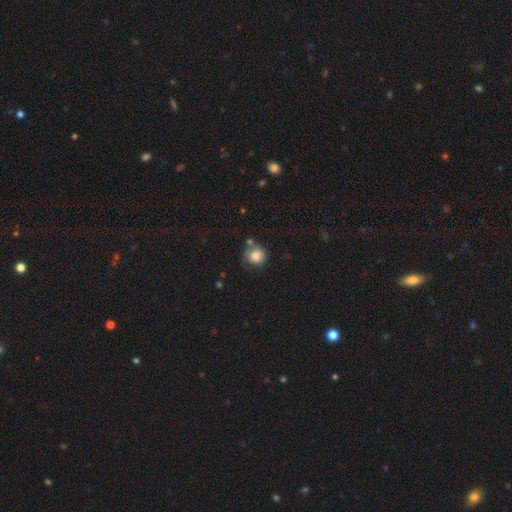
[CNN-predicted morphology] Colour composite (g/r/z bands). It shows a smooth galaxy with no disk features (79%) that is round (89%). Merging: none (60%).